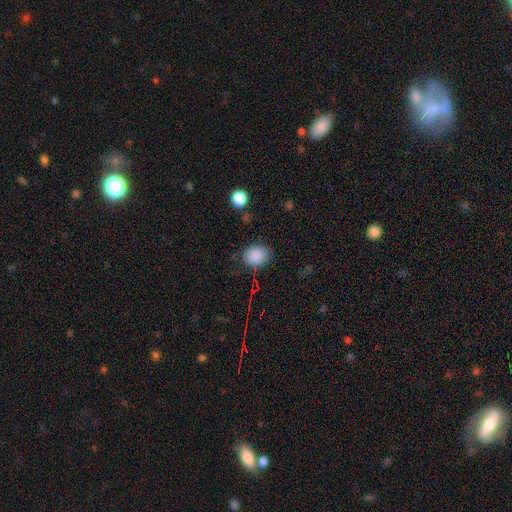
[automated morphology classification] Smooth or featured?
  - smooth: 87% *
  - star or artifact: 9%
  - featured or disk: 4%
How rounded?
  - in between: 51% *
  - round: 48%
  - cigar-shaped: 1%
Merging?
  - none: 80% *
  - minor disturbance: 14%
  - major disturbance: 4%
  - merger: 2%